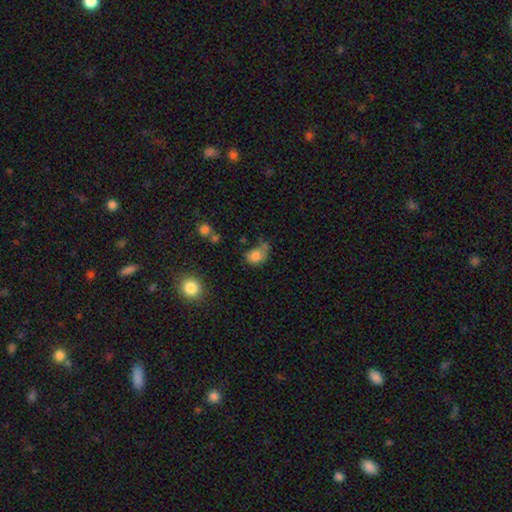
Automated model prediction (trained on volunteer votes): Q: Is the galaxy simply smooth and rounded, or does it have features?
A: smooth — 79%.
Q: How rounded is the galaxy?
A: in between — 56%.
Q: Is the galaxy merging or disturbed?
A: none — 37%.